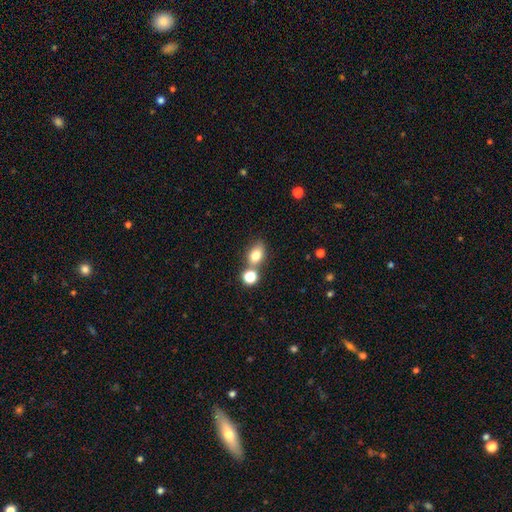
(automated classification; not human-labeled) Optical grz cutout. It shows a smooth galaxy with no disk features (78%) that is in between round and cigar-shaped (72%). Merging: none (58%).